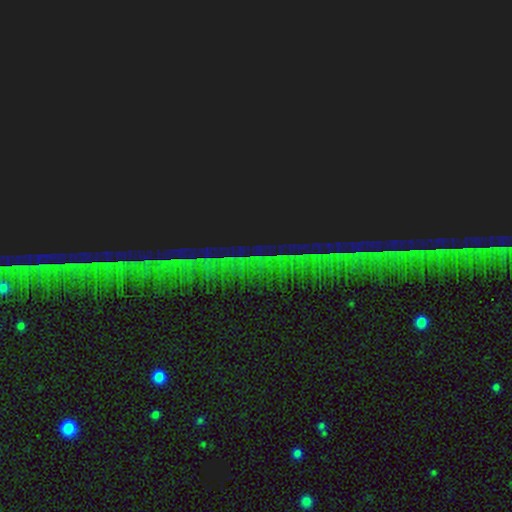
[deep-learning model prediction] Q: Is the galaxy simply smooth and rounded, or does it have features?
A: star or artifact — 85%.